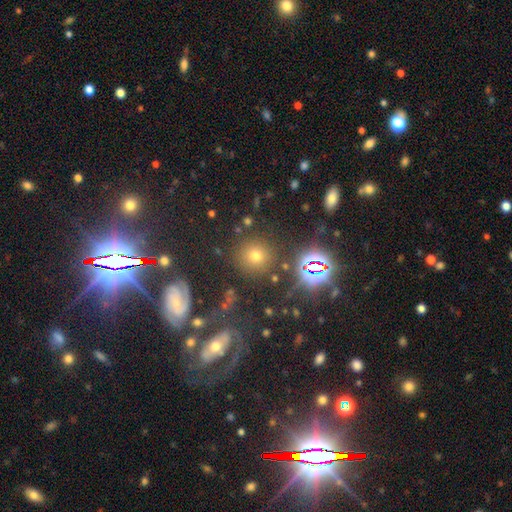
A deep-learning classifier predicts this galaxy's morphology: This is possibly a smooth galaxy (51%). How rounded: clearly round (90%). Merging: clearly none (82%).